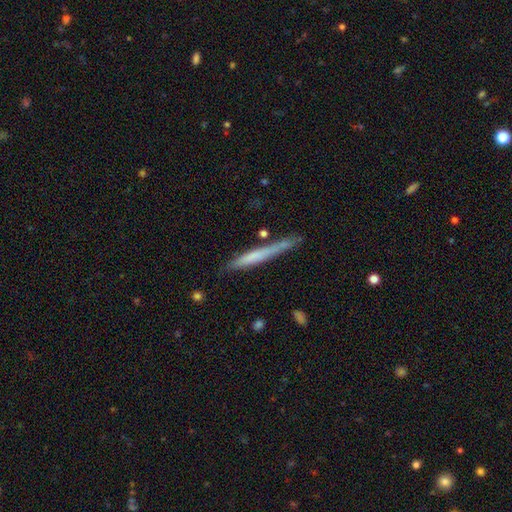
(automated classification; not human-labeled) Morphology: type=smooth (56%); roundness=cigar-shaped (96%); merging=none (71%).